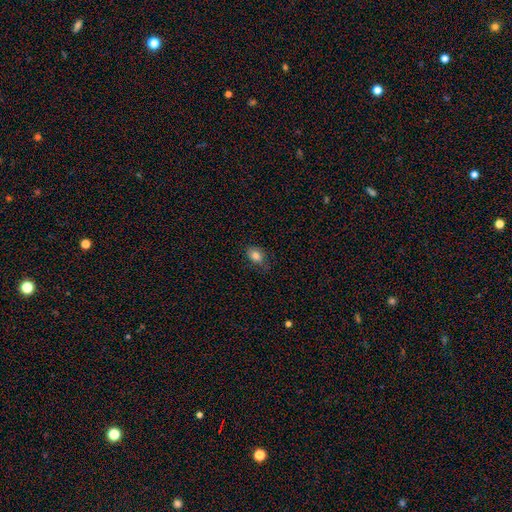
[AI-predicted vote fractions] A smooth galaxy with no disk features (84%) that is in between round and cigar-shaped (76%). Merging: none (74%).